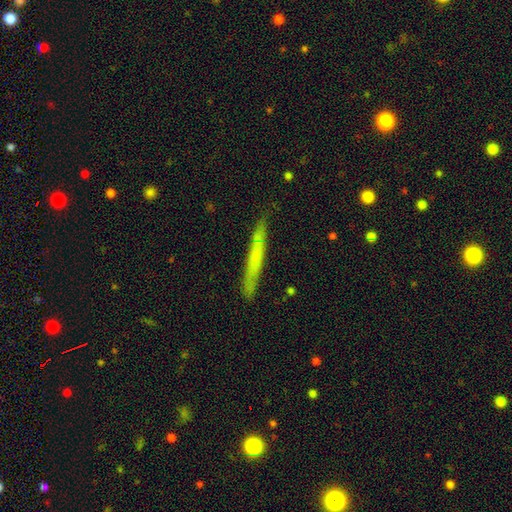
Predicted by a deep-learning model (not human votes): Smooth or featured: smooth — 53% (featured or disk — 41%)
How rounded: cigar-shaped — 96% (in between — 2%)
Merging: none — 85% (minor disturbance — 12%)